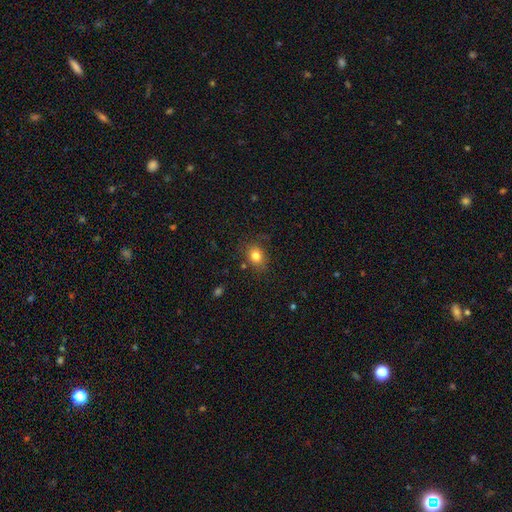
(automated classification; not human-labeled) Smooth or featured?
  - smooth: 81% *
  - star or artifact: 12%
  - featured or disk: 8%
How rounded?
  - in between: 51% *
  - round: 48%
  - cigar-shaped: 1%
Merging?
  - none: 78% *
  - minor disturbance: 15%
  - major disturbance: 4%
  - merger: 3%